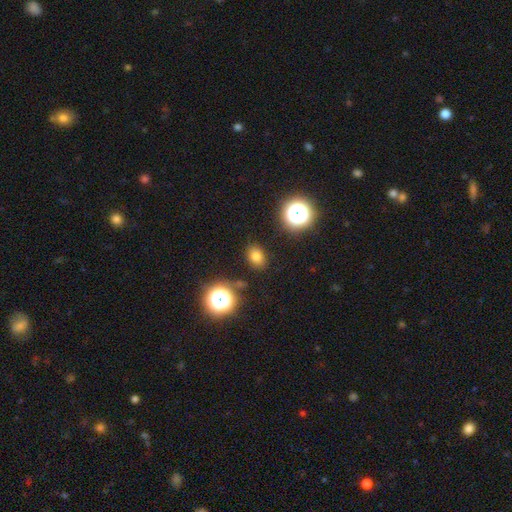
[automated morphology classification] type=smooth (77%); roundness=in between (59%); merging=none (85%).